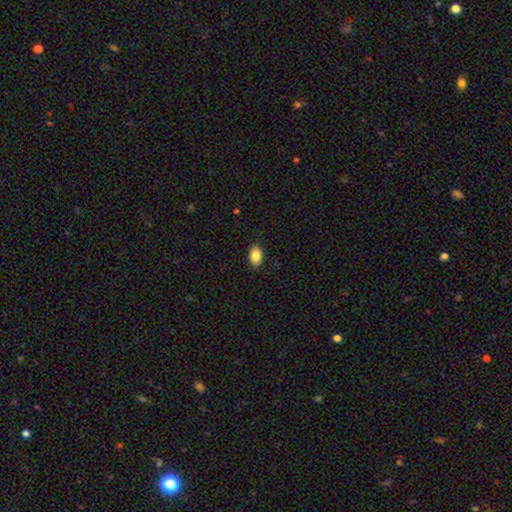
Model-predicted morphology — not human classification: A smooth galaxy with no disk features (84%) that is in between round and cigar-shaped (89%). Merging: none (88%).